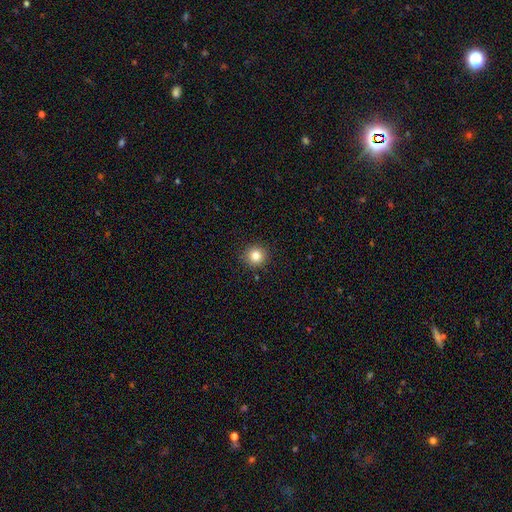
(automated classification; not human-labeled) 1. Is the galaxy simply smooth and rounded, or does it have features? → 83% smooth, 11% star or artifact, 6% featured or disk.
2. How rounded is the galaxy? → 94% round, 5% in between, 1% cigar-shaped.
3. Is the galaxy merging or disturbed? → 91% none, 6% minor disturbance, 2% major disturbance, 1% merger.